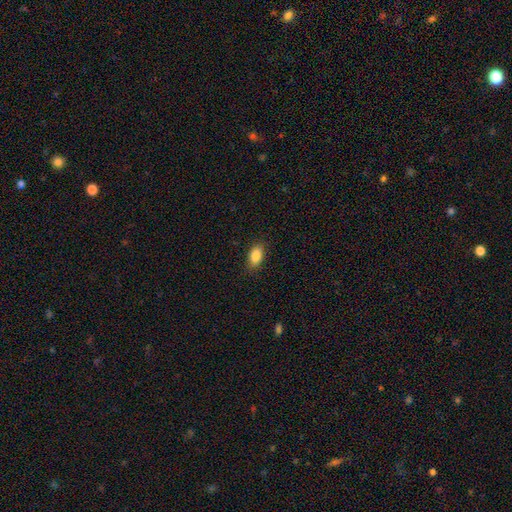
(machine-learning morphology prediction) This appears to be a smooth galaxy with no disk features (87%) that is in between round and cigar-shaped (90%). Merging: none (85%).